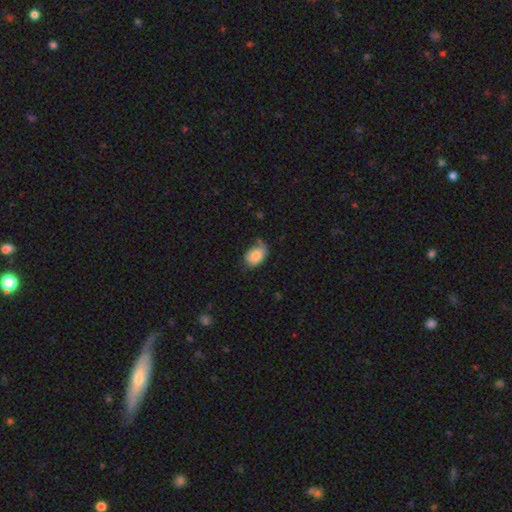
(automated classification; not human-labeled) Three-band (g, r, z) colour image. It shows a smooth galaxy with no disk features (76%) that is in between round and cigar-shaped (79%). Merging: none (46%).